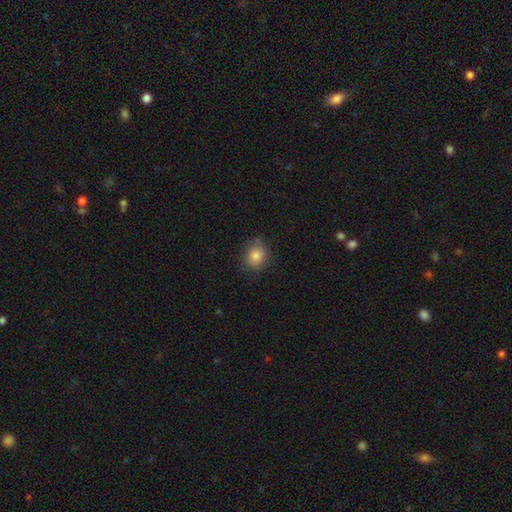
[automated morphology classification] This appears to be a smooth galaxy with no disk features (83%) that is round (80%). Merging: none (81%).